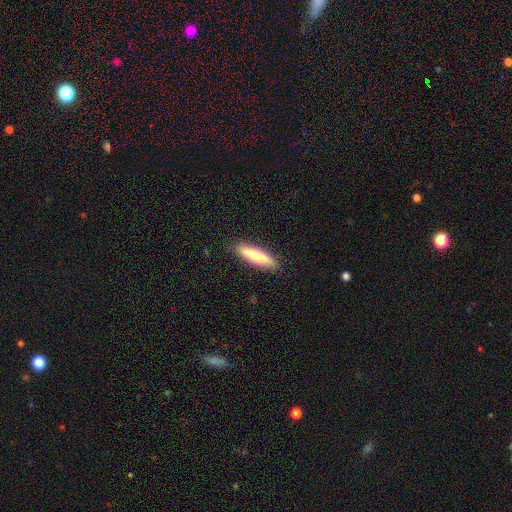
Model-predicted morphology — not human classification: Overall: smooth (68%). How rounded: cigar-shaped (77%). Merging: none (88%).